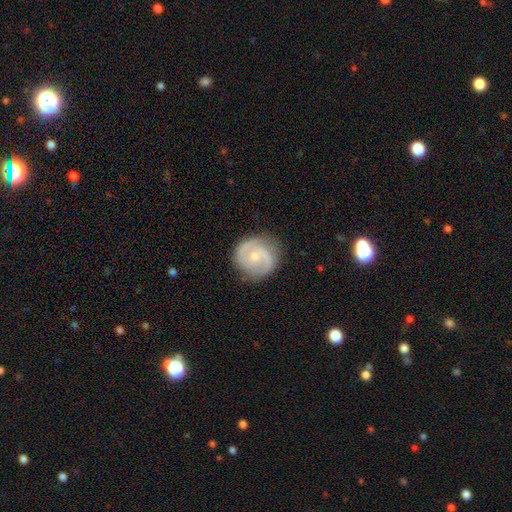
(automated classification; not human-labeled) smooth_or_featured: featured or disk (p=0.77) [alt: smooth p=0.18]
disk_edge_on: no (p=0.98) [alt: yes p=0.02]
bar: no (p=0.58) [alt: weak p=0.36]
has_spiral_arms: yes (p=0.93) [alt: no p=0.07]
spiral_winding: medium (p=0.48) [alt: tight p=0.36]
spiral_arm_count: 2 (p=0.82) [alt: can't tell p=0.08]
bulge_size: small (p=0.56) [alt: moderate p=0.40]
merging: none (p=0.79) [alt: minor disturbance p=0.15]